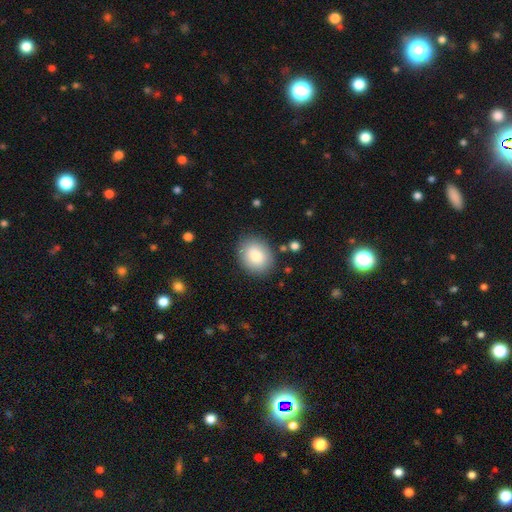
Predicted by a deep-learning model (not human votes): smooth_or_featured: smooth (p=0.83) [alt: featured or disk p=0.10]
how_rounded: round (p=0.50) [alt: in between p=0.49]
merging: none (p=0.86) [alt: minor disturbance p=0.09]